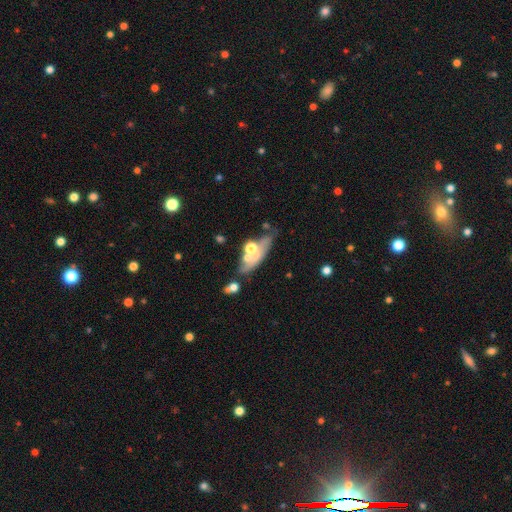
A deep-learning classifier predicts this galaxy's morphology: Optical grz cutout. It shows a smooth galaxy with no disk features (44%). Merging: none (51%).